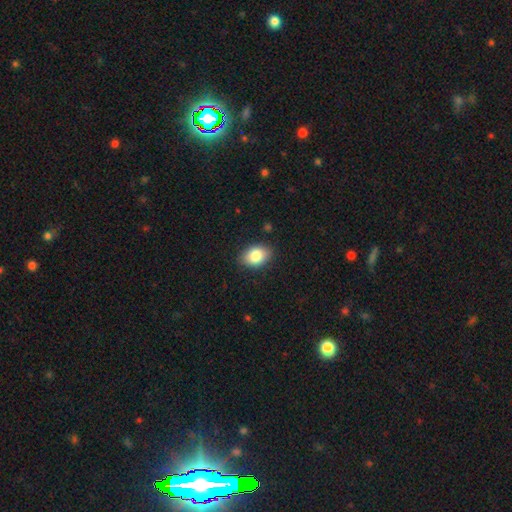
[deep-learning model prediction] Smooth or featured: smooth — 84% (featured or disk — 8%)
How rounded: in between — 81% (round — 18%)
Merging: none — 86% (minor disturbance — 11%)